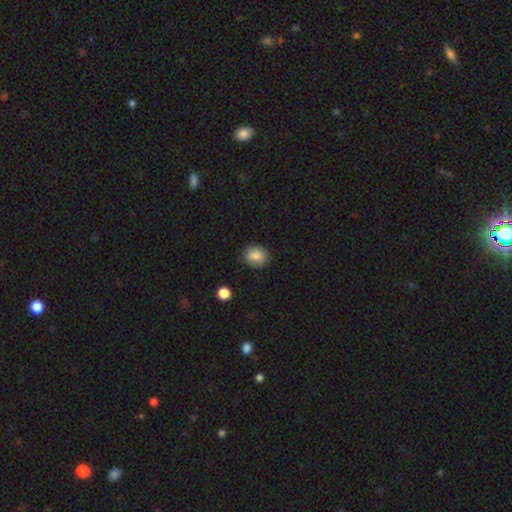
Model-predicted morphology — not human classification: Overall: smooth (86%). How rounded: round (72%). Merging: none (80%).